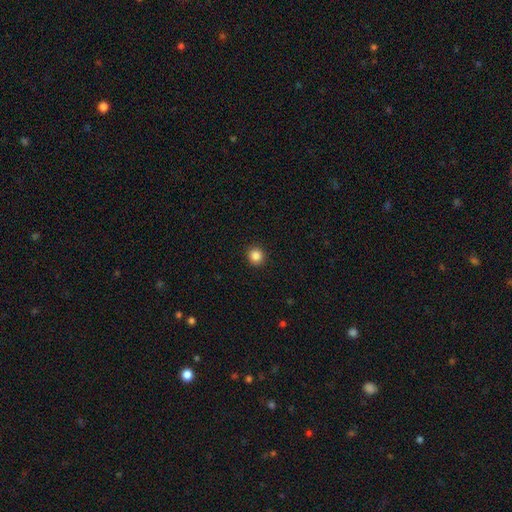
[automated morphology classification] This is clearly a smooth galaxy (86%). How rounded: clearly round (92%). Merging: clearly none (93%).